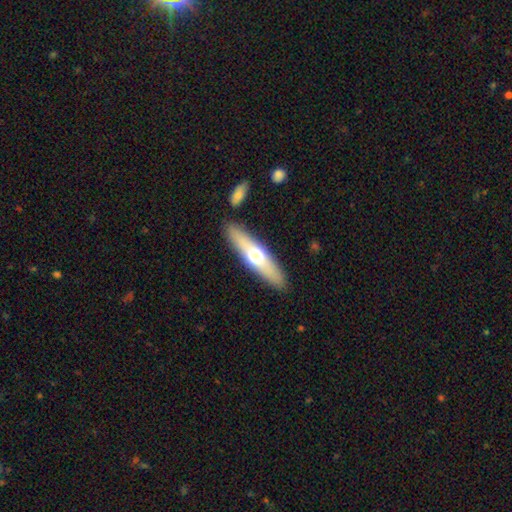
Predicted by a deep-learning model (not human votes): smooth 51%, featured or disk 44%, star or artifact 6%. Down the decision tree: how rounded — cigar-shaped (75%); merging — none (87%).